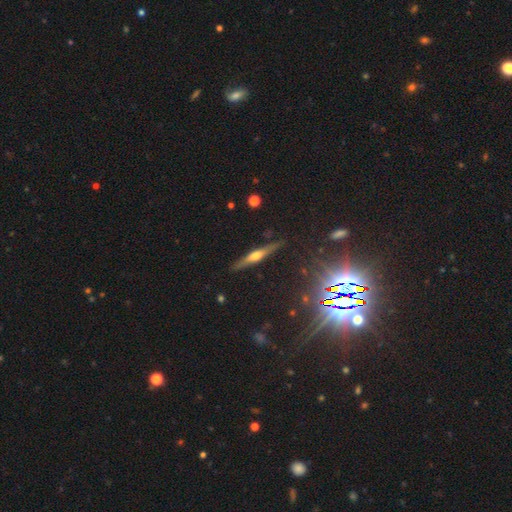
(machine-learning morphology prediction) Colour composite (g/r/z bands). It shows a featured or disk galaxy (63%) viewed edge-on (96%) with a rounded central bulge (83%). Merging: none (88%).